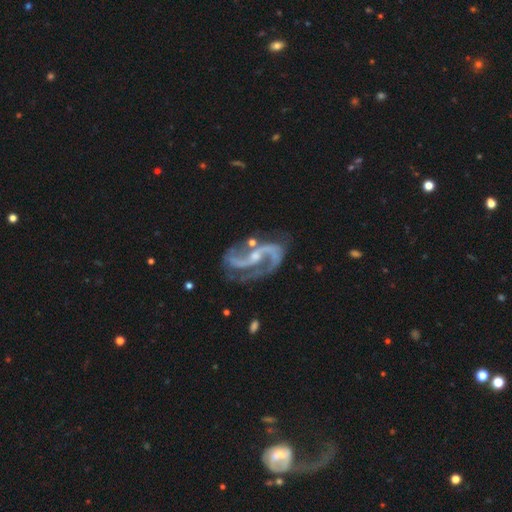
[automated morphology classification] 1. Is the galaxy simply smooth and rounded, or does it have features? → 93% featured or disk, 5% star or artifact, 2% smooth.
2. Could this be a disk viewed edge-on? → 98% no, 2% yes.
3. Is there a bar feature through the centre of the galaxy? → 41% weak, 30% strong, 29% no.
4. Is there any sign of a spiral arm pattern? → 98% yes, 2% no.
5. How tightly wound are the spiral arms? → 50% medium, 39% loose, 11% tight.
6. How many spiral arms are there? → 93% 2, 2% 1, 2% can't tell, 1% 3, 1% 4, 1% more than 4.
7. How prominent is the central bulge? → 64% small, 26% moderate, 8% none, 1% large, 1% dominant.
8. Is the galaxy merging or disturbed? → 63% none, 19% minor disturbance, 12% major disturbance, 6% merger.